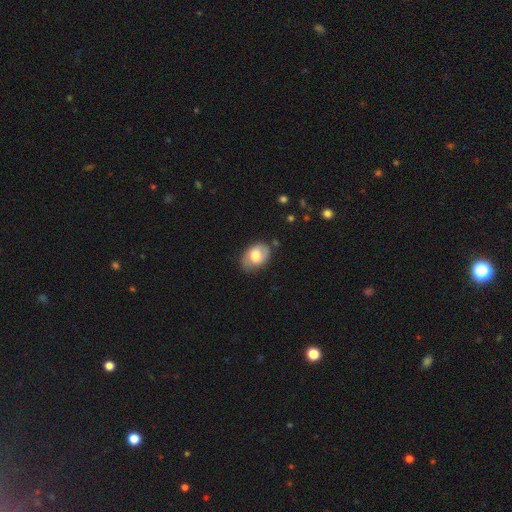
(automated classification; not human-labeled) The model was most divided on "smooth or featured": smooth: 70%, featured or disk: 24%, star or artifact: 7%. More confident: how rounded — in between (81%); merging — none (69%).